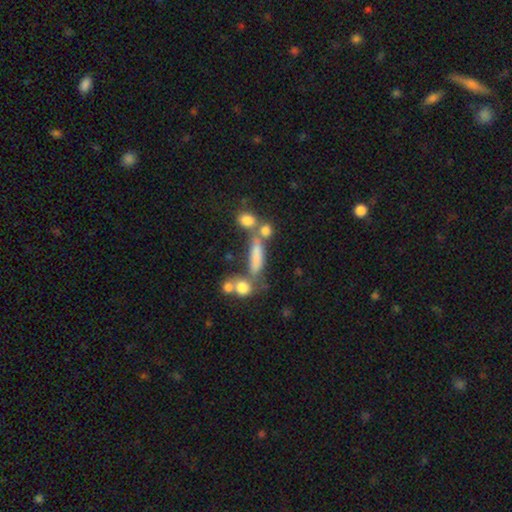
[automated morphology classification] The model was most divided on "merging": none: 38%, merger: 35%, major disturbance: 15%, minor disturbance: 12%. Remaining: smooth or featured — smooth (41%).